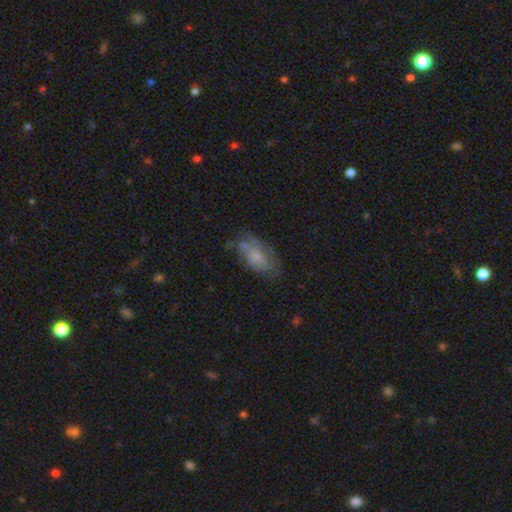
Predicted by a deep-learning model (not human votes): Morphology: type=smooth (49%); merging=none (54%).